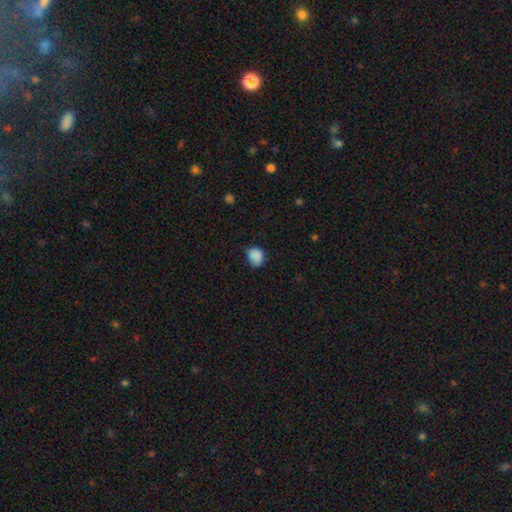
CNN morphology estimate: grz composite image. It shows a smooth galaxy with no disk features (87%) that is round (62%). Merging: none (62%).